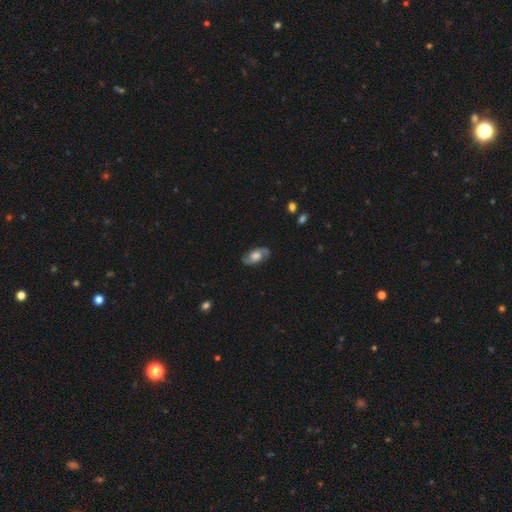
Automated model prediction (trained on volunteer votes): Overall: featured or disk (69%). Edge-on disk: no (93%). Bar: no (67%; weak 28%). Spiral arms: yes (88%). Spiral arm count: 2 (90%). Spiral winding: medium (48%; loose 30%). Bulge size: large (49%; moderate 35%). Merging: none (82%).